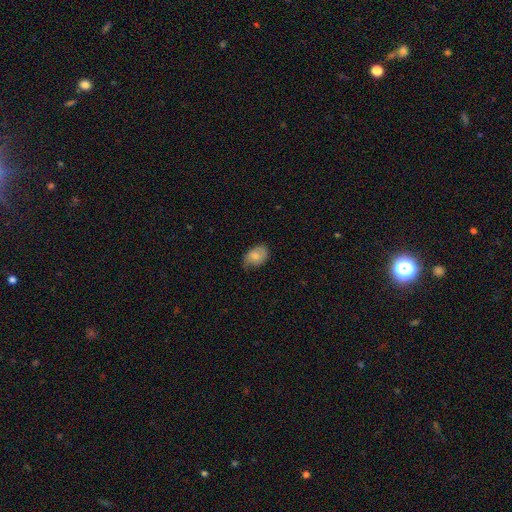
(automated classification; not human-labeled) Smooth or featured: smooth — 76% (featured or disk — 17%)
How rounded: in between — 80% (round — 18%)
Merging: none — 58% (minor disturbance — 33%)